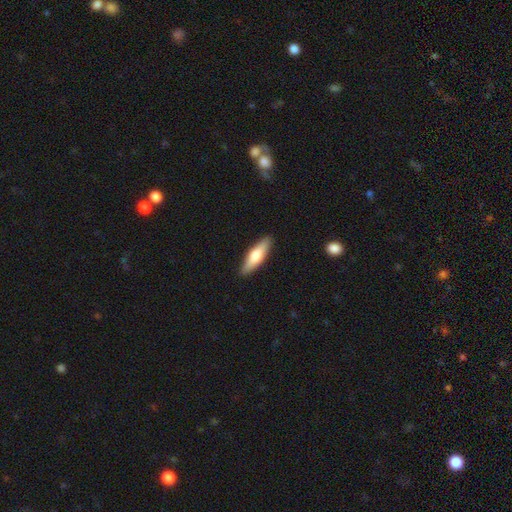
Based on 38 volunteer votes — This appears to be a smooth galaxy with no disk features (58%) that is cigar-shaped (73%). Merging: none (97%).